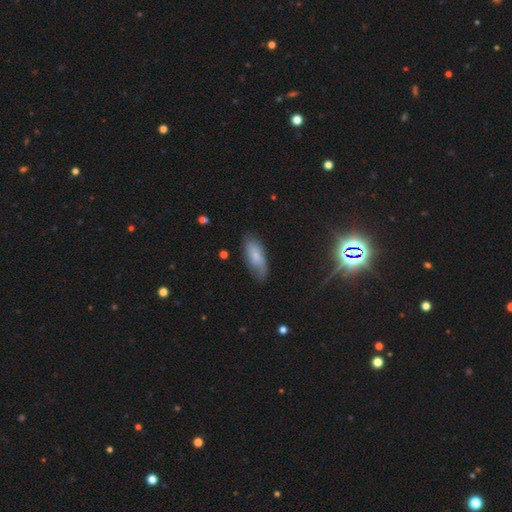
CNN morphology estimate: This is likely a smooth galaxy (69%). How rounded: likely in between (80%). Merging: likely none (67%).